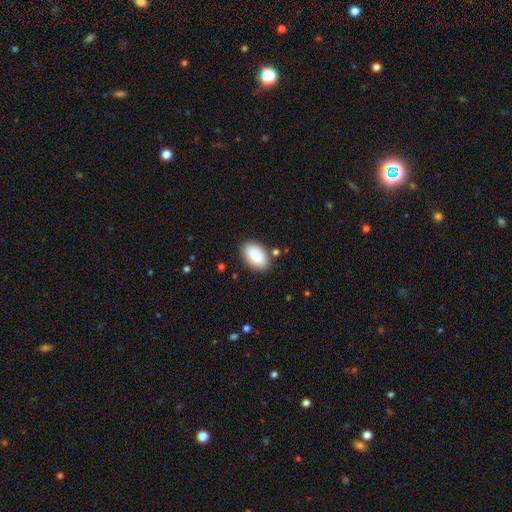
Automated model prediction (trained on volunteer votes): Smooth or featured: smooth — 88% (star or artifact — 6%)
How rounded: in between — 94% (round — 4%)
Merging: none — 84% (minor disturbance — 10%)